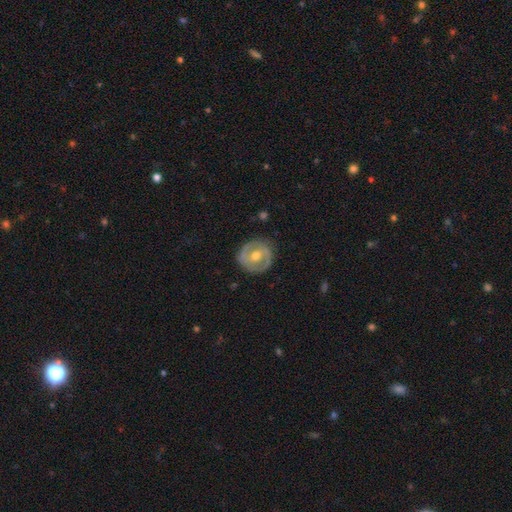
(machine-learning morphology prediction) smooth-or-featured: featured or disk: 71% | smooth: 23% | star or artifact: 5%
  disk-edge-on: no: 96% | yes: 4%
    bar: no: 45% | weak: 38% | strong: 17%
    has-spiral-arms: yes: 63% | no: 37%
    bulge-size: moderate: 77% | small: 17% | large: 4% | none: 1% | dominant: 1%
  merging: none: 84% | minor disturbance: 11% | major disturbance: 3% | merger: 1%